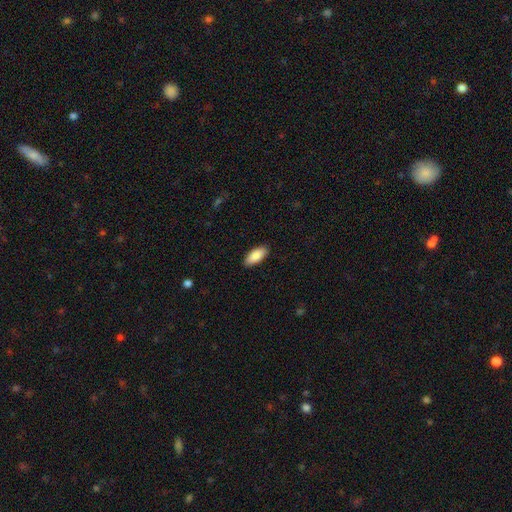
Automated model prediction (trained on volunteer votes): smooth-or-featured: smooth: 88% | featured or disk: 6% | star or artifact: 6%
  how-rounded: in between: 88% | cigar-shaped: 11% | round: 2%
  merging: none: 88% | minor disturbance: 9% | major disturbance: 2% | merger: 1%